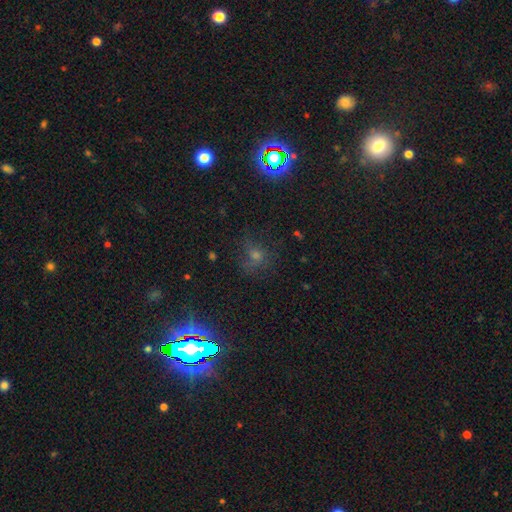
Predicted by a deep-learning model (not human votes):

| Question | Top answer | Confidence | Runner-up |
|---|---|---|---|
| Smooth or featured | smooth | 48% | star or artifact (34%) |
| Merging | none | 55% | major disturbance (21%) |